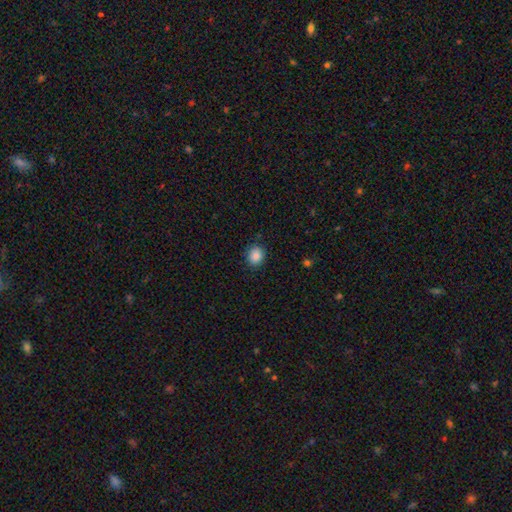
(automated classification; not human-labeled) This appears to be a smooth galaxy with no disk features (87%) that is round (70%). Merging: none (88%).